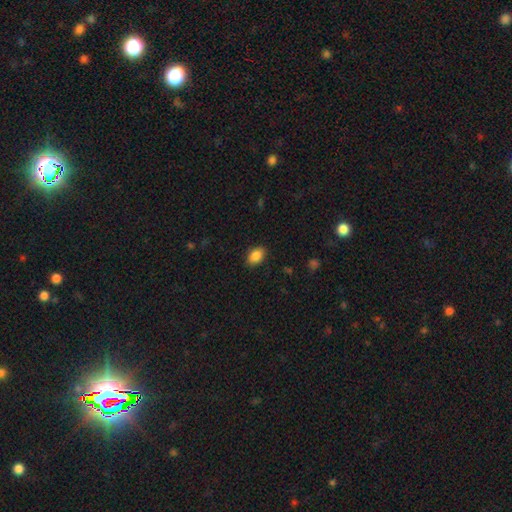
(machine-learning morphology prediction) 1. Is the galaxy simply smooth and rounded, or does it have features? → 88% smooth, 8% star or artifact, 4% featured or disk.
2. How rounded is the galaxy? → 84% in between, 14% round, 1% cigar-shaped.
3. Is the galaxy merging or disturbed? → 86% none, 10% minor disturbance, 2% major disturbance, 1% merger.